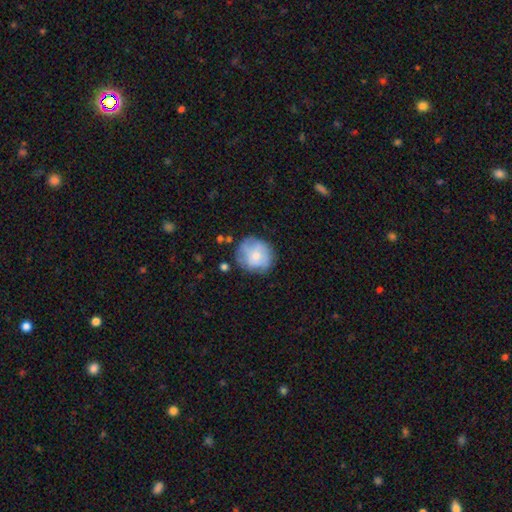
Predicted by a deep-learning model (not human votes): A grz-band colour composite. It shows a smooth galaxy with no disk features (53%) that is round (86%). Merging: none (65%).